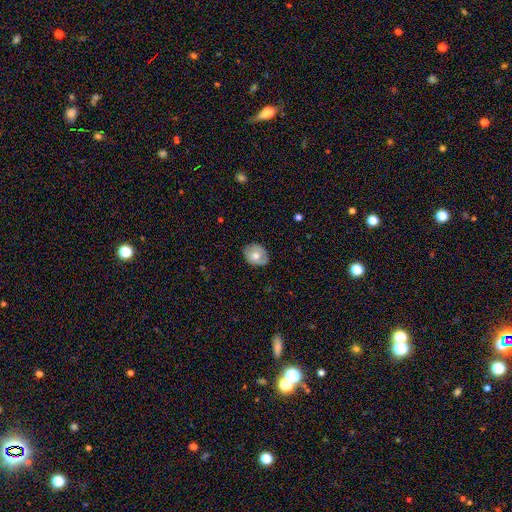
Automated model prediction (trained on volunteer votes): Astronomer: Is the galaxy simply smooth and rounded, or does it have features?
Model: smooth — 62%.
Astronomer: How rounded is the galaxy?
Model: round — 57% (runner-up: in between, 42%).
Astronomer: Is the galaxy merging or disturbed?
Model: none — 79%.